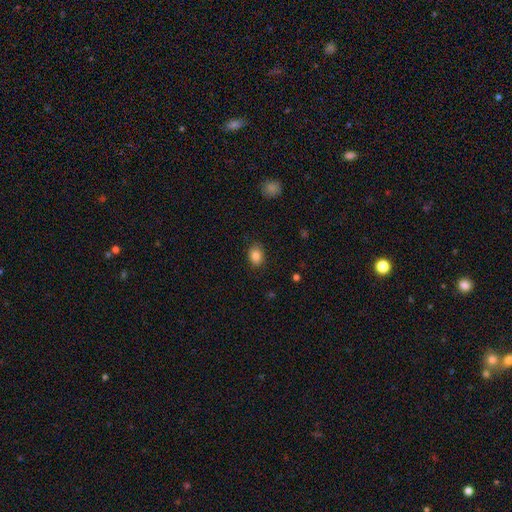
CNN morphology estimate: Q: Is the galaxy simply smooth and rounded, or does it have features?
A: smooth — 86%.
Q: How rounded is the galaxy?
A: in between — 65%.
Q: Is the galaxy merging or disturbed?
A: none — 85%.